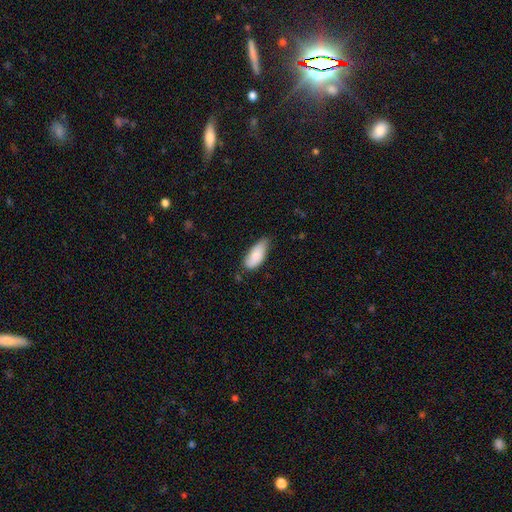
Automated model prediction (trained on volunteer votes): Overall: smooth (86%). How rounded: in between (83%). Merging: none (59%; minor disturbance 34%).